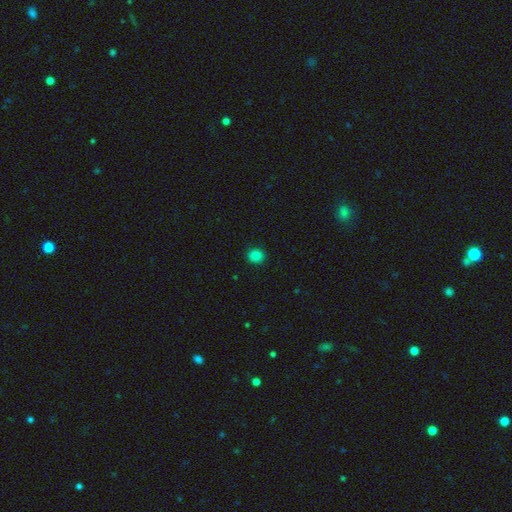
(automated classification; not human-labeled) smooth_or_featured: smooth (p=0.83) [alt: star or artifact p=0.12]
how_rounded: round (p=0.86) [alt: in between p=0.13]
merging: none (p=0.91) [alt: minor disturbance p=0.06]